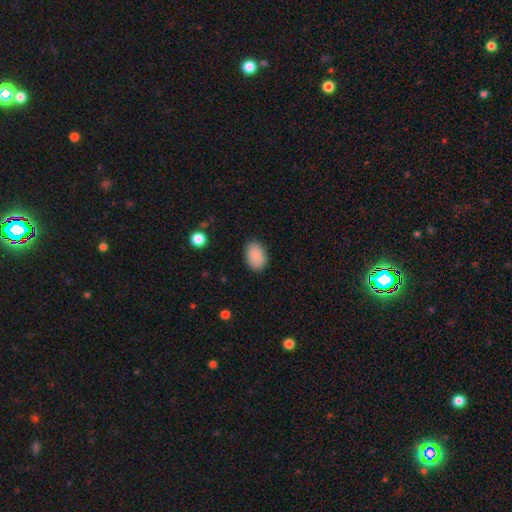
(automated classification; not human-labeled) A smooth galaxy with no disk features (89%) that is in between round and cigar-shaped (85%). Merging: none (86%).